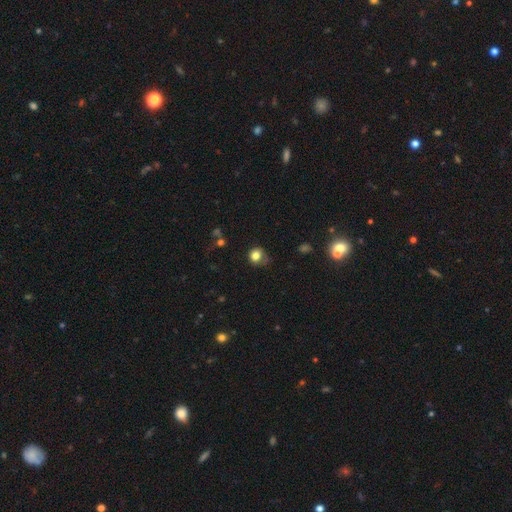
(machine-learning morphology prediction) This is likely a smooth galaxy (79%). How rounded: likely round (76%). Merging: possibly none (54%).